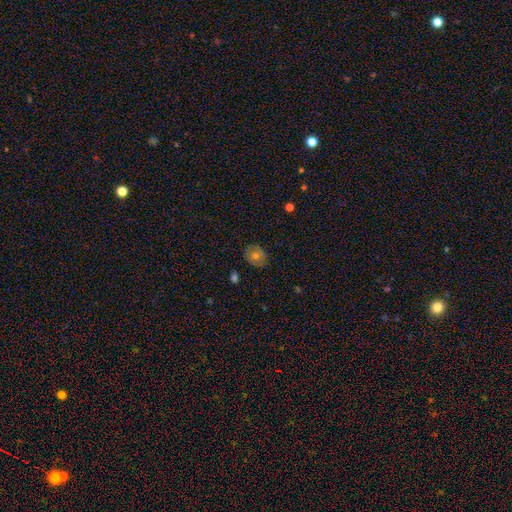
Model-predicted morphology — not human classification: This appears to be a smooth galaxy with no disk features (56%) that is round (67%). Merging: none (84%).